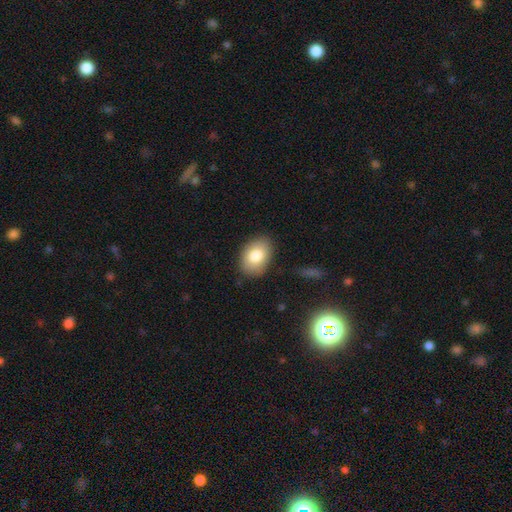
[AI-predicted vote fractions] Q: Smooth or featured?
A: smooth (81%); runner-up: featured or disk (11%)
Q: How rounded?
A: in between (83%); runner-up: round (16%)
Q: Merging?
A: none (84%); runner-up: minor disturbance (12%)